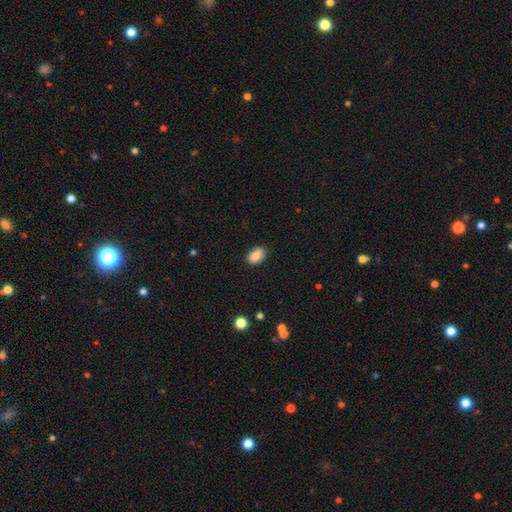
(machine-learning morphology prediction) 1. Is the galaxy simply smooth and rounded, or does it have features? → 88% smooth, 8% star or artifact, 3% featured or disk.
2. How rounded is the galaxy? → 90% in between, 8% round, 2% cigar-shaped.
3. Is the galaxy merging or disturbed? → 85% none, 12% minor disturbance, 2% major disturbance, 1% merger.